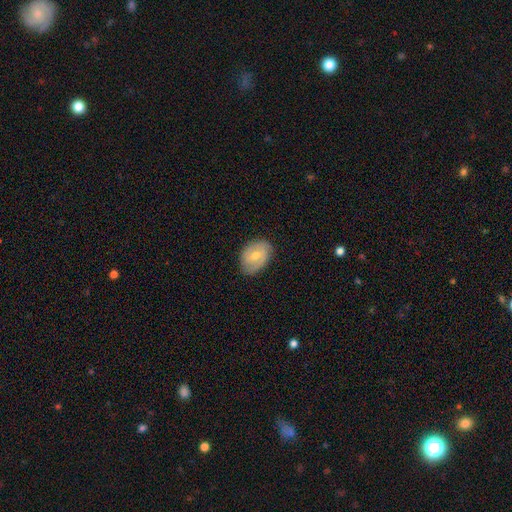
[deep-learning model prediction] Smooth or featured? Predicted: featured or disk (p=0.47). Merging? Predicted: none (p=0.76).